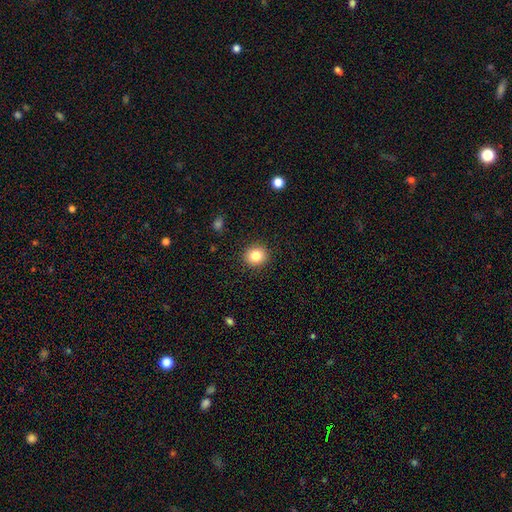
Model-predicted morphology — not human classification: Q: Smooth or featured?
A: smooth (83%); runner-up: star or artifact (10%)
Q: How rounded?
A: round (82%); runner-up: in between (17%)
Q: Merging?
A: none (90%); runner-up: minor disturbance (6%)